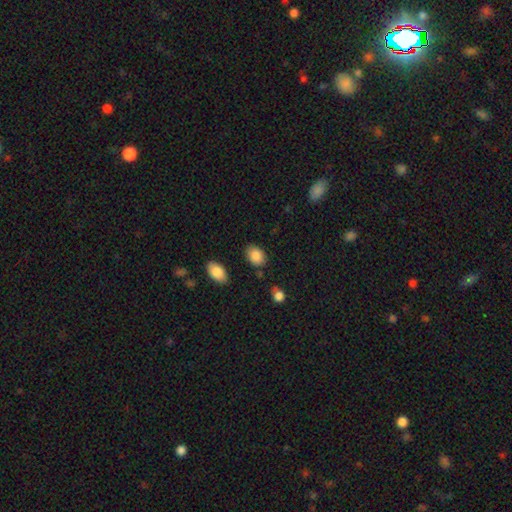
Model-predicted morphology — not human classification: smooth-or-featured: smooth: 88% | star or artifact: 8% | featured or disk: 5%
  how-rounded: in between: 77% | round: 22% | cigar-shaped: 1%
  merging: none: 79% | minor disturbance: 14% | major disturbance: 3% | merger: 3%